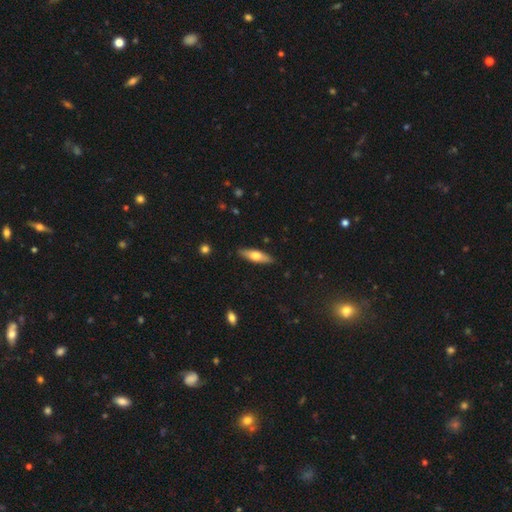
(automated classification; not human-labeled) A smooth galaxy with no disk features (56%) that is cigar-shaped (58%).

Vote fractions:
- Smooth or featured? smooth: 56% / featured or disk: 39% / star or artifact: 5%
- How rounded? cigar-shaped: 58% / in between: 40% / round: 2%
- Merging? none: 88% / minor disturbance: 9% / major disturbance: 2% / merger: 1%